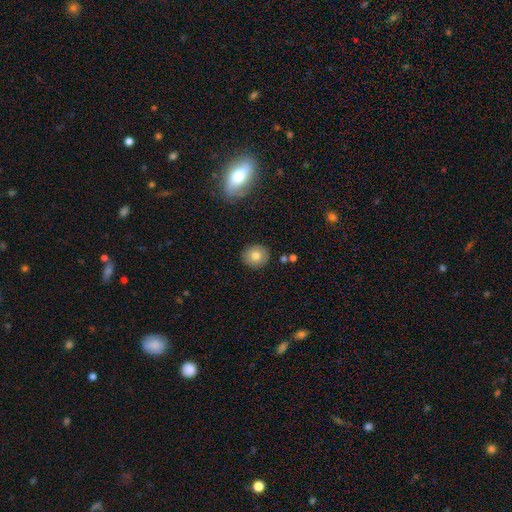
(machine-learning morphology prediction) Smooth or featured? smooth (77%)
How rounded? round (83%)
Merging? none (89%)